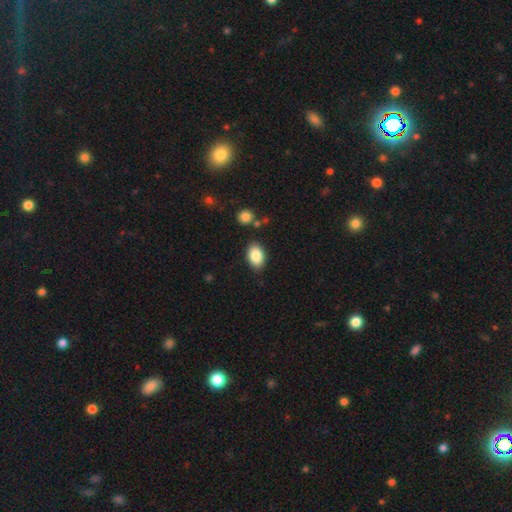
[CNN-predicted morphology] The model was most divided on "merging": none: 84%, minor disturbance: 10%, merger: 3%, major disturbance: 3%. More confident: how rounded — in between (89%); smooth or featured — smooth (86%).